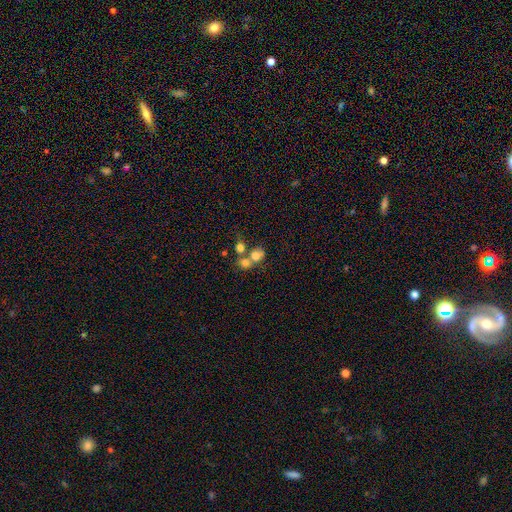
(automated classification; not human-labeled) smooth 73%, featured or disk 14%, star or artifact 12%. Down the decision tree: how rounded — round (69%); merging — merger (56%).